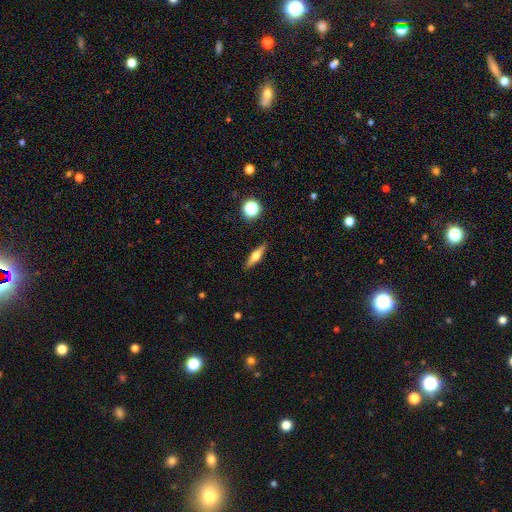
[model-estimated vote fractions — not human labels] Smooth or featured: featured or disk — 48% (smooth — 44%)
Merging: none — 88% (minor disturbance — 8%)